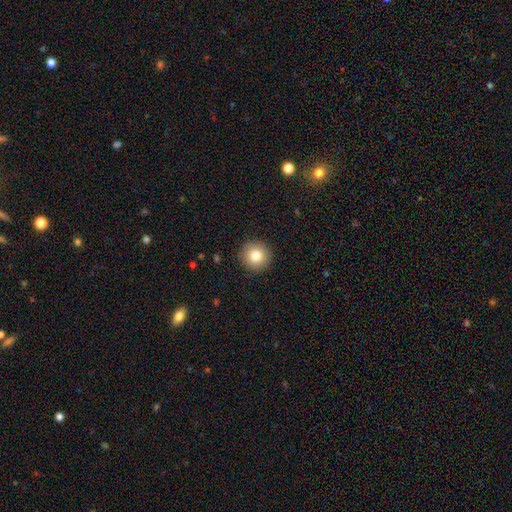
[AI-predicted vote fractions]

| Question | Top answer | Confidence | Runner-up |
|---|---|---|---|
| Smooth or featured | smooth | 81% | star or artifact (10%) |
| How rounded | round | 95% | in between (4%) |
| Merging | none | 91% | minor disturbance (6%) |